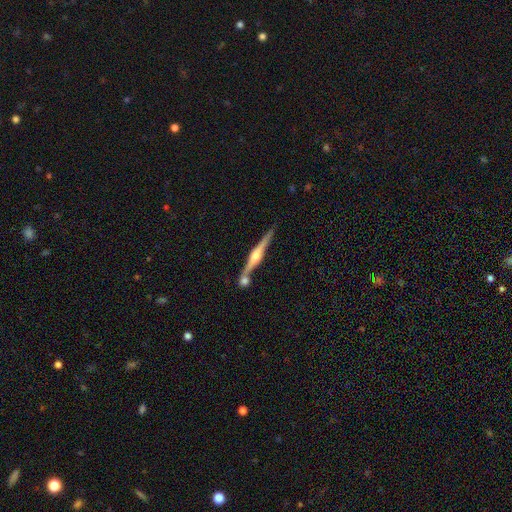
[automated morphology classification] Smooth or featured? Predicted: featured or disk (p=0.81). Edge-on disk? Predicted: yes (p=0.98). Edge-on bulge? Predicted: rounded (p=0.91). Merging? Predicted: none (p=0.73).